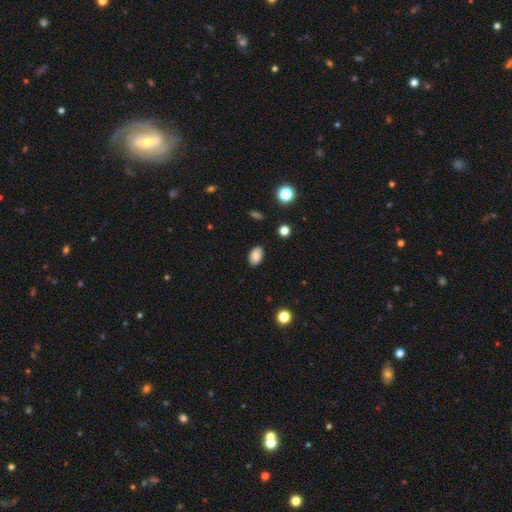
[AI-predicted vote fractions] Smooth or featured?
  - smooth: 81% *
  - featured or disk: 10%
  - star or artifact: 9%
How rounded?
  - in between: 89% *
  - round: 9%
  - cigar-shaped: 1%
Merging?
  - none: 85% *
  - minor disturbance: 12%
  - major disturbance: 2%
  - merger: 1%